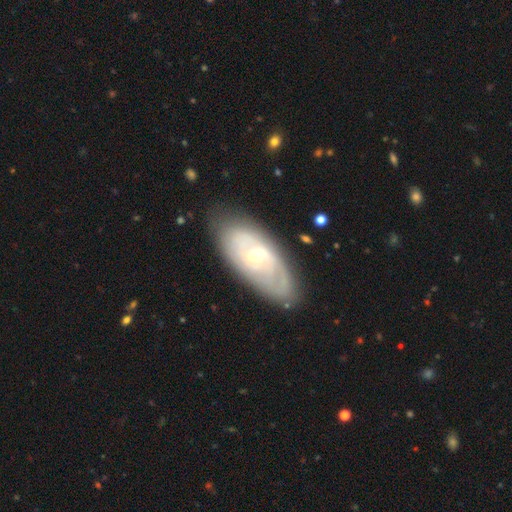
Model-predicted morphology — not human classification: Smooth or featured? Predicted: featured or disk (p=0.69). Edge-on disk? Predicted: no (p=0.89). Bar? Predicted: no (p=0.63). Spiral arms? Predicted: yes (p=0.71). Bulge size? Predicted: small (p=0.63). Merging? Predicted: none (p=0.77).